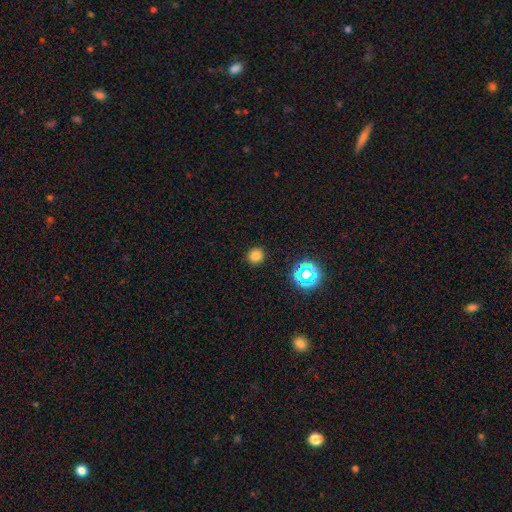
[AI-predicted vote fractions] Morphology: type=smooth (78%); roundness=round (92%); merging=none (91%).